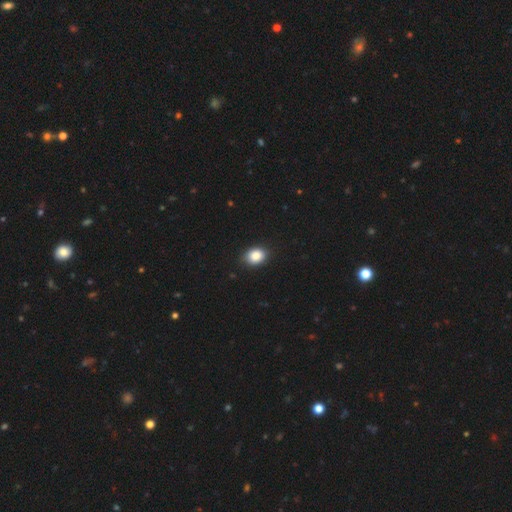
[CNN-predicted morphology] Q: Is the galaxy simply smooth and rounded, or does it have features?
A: smooth — 87%.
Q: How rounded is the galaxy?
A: in between — 64%.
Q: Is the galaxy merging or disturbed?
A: none — 87%.